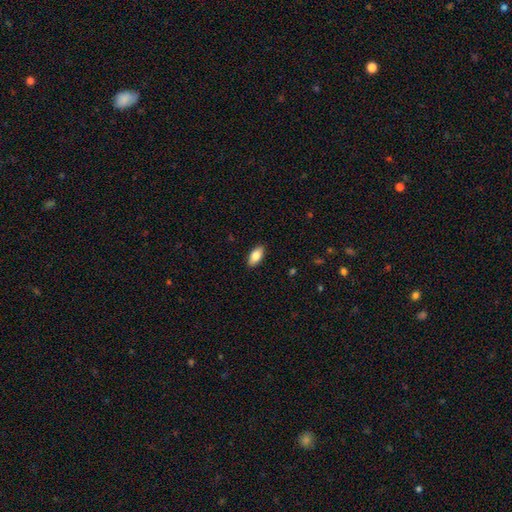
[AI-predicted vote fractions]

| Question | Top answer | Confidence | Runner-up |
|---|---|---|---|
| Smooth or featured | smooth | 83% | featured or disk (11%) |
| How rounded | in between | 91% | cigar-shaped (7%) |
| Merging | none | 89% | minor disturbance (8%) |